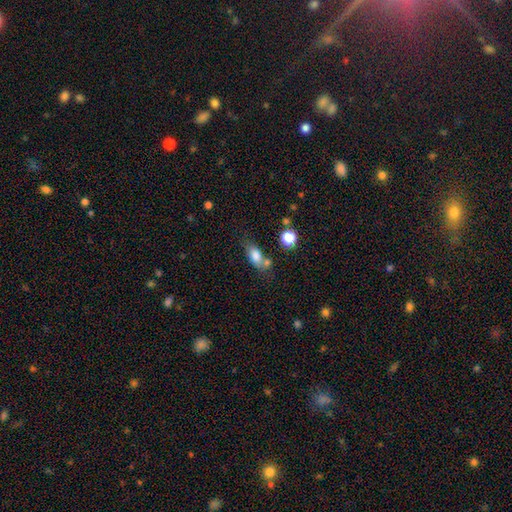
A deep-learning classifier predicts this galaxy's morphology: This is likely a smooth galaxy (77%). How rounded: likely in between (76%). Merging: possibly none (46%).